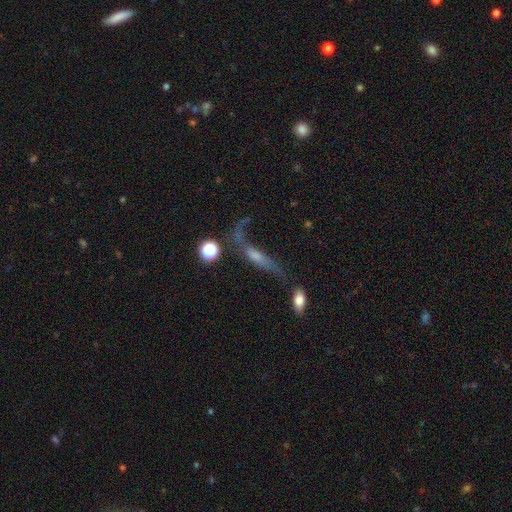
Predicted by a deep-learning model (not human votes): A featured or disk galaxy (58%). Merging: none (36%).